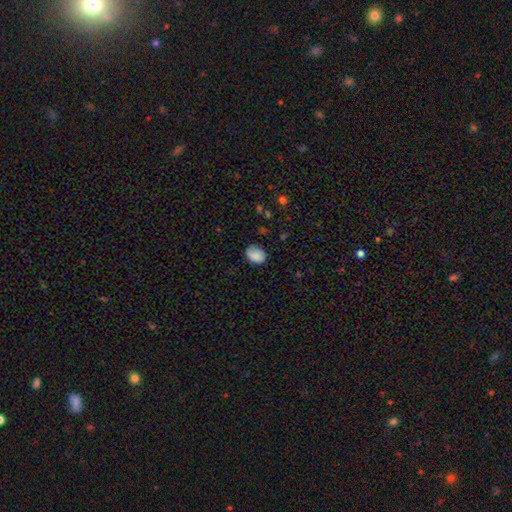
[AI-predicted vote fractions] A smooth galaxy with no disk features (85%) that is in between round and cigar-shaped (62%). Merging: none (70%).